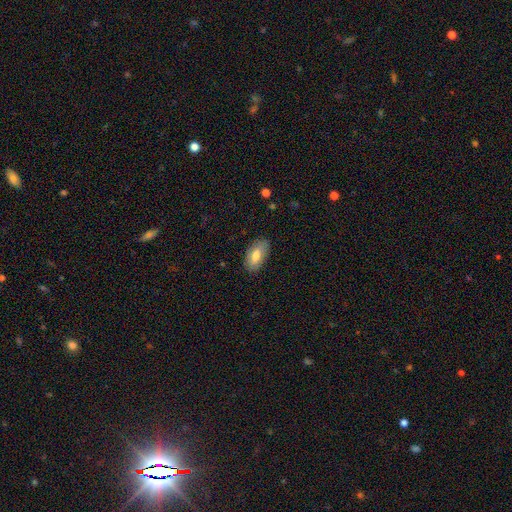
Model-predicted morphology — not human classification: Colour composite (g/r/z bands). It shows a smooth galaxy with no disk features (77%) that is in between round and cigar-shaped (92%). Merging: none (83%).